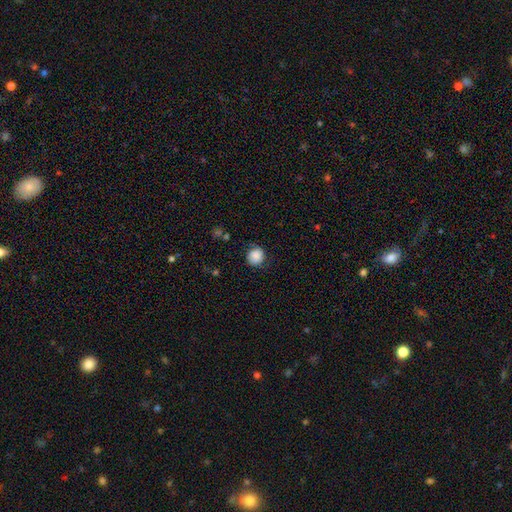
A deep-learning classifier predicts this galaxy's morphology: smooth 85%, star or artifact 8%, featured or disk 6%. Down the decision tree: how rounded — round (83%); merging — none (76%).